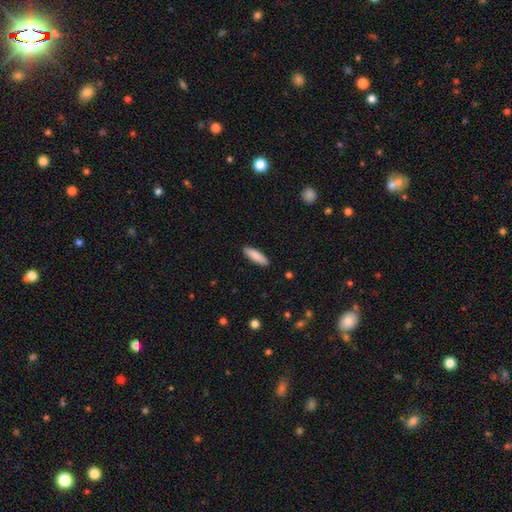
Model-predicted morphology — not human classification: Q: Smooth or featured?
A: smooth (88%); runner-up: featured or disk (7%)
Q: How rounded?
A: cigar-shaped (61%); runner-up: in between (37%)
Q: Merging?
A: none (90%); runner-up: minor disturbance (7%)